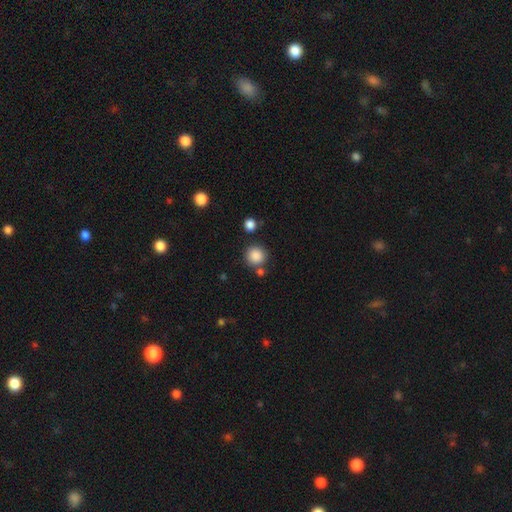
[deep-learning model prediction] smooth-or-featured: smooth: 87% | star or artifact: 9% | featured or disk: 4%
  how-rounded: round: 92% | in between: 7% | cigar-shaped: 1%
  merging: none: 78% | merger: 9% | minor disturbance: 9% | major disturbance: 3%